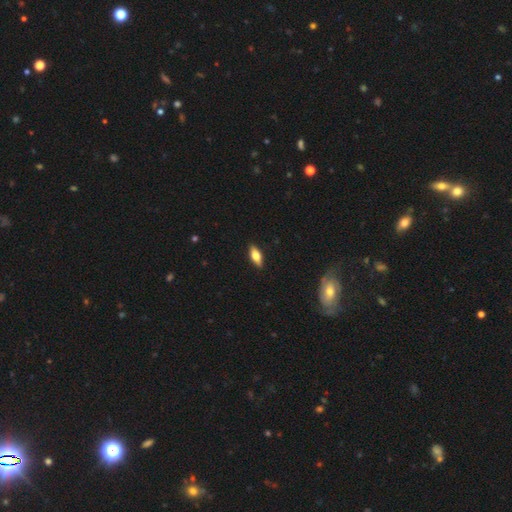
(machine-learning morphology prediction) Q: Smooth or featured?
A: smooth (64%); runner-up: featured or disk (29%)
Q: How rounded?
A: in between (75%); runner-up: cigar-shaped (22%)
Q: Merging?
A: none (89%); runner-up: minor disturbance (9%)